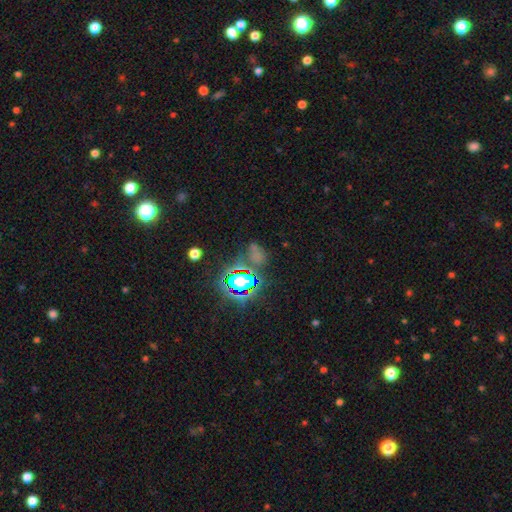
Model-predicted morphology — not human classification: star or artifact 49%, smooth 41%, featured or disk 10%.